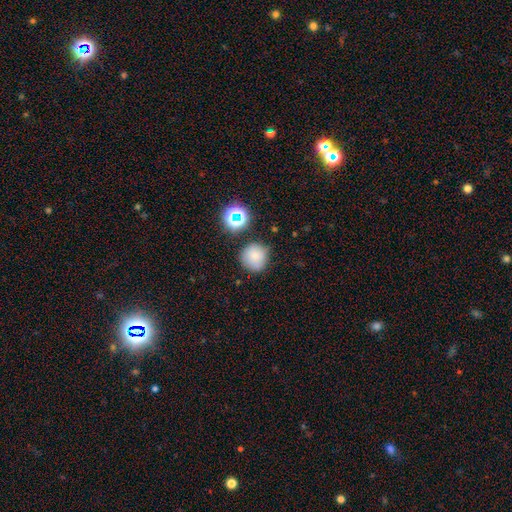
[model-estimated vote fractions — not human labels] Smooth or featured? smooth (77%)
How rounded? round (92%)
Merging? none (77%)